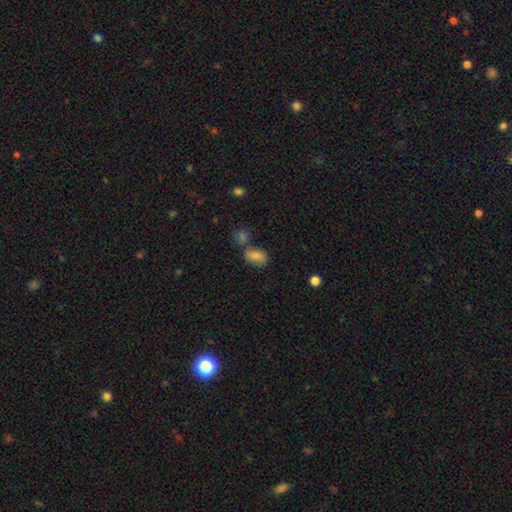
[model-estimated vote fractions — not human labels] Smooth or featured? smooth (78%)
How rounded? in between (83%)
Merging? none (57%)